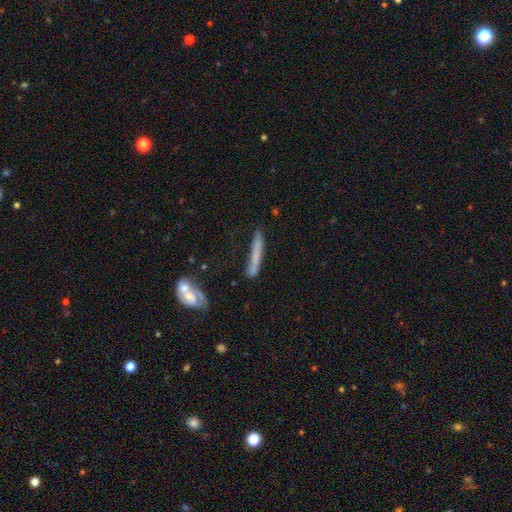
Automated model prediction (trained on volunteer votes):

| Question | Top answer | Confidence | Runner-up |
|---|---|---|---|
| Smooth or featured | smooth | 62% | featured or disk (30%) |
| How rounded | cigar-shaped | 94% | in between (4%) |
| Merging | none | 71% | minor disturbance (18%) |